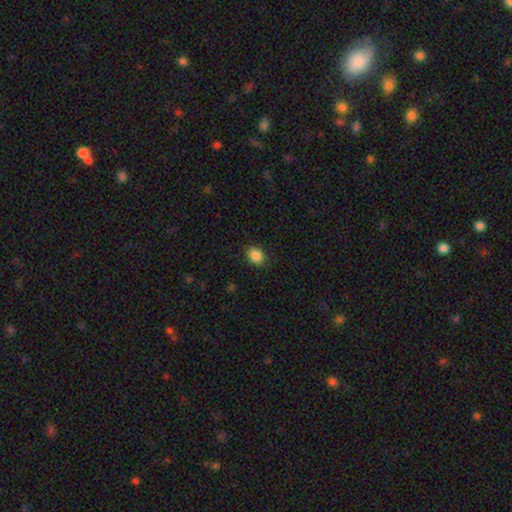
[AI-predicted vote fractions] Q: Smooth or featured?
A: smooth (88%); runner-up: star or artifact (9%)
Q: How rounded?
A: in between (61%); runner-up: round (38%)
Q: Merging?
A: none (88%); runner-up: minor disturbance (9%)